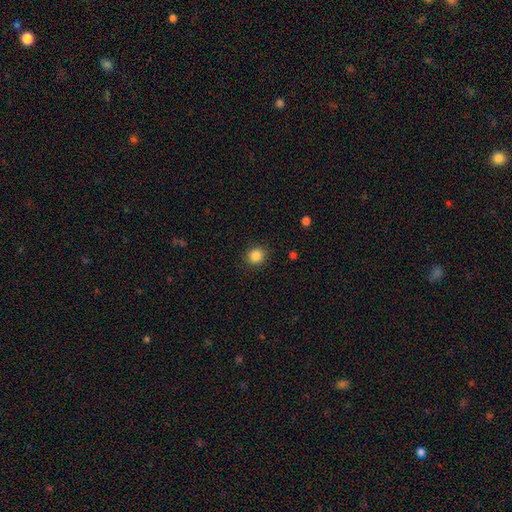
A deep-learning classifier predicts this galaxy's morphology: A smooth galaxy with no disk features (86%) that is round (87%). Merging: none (90%).